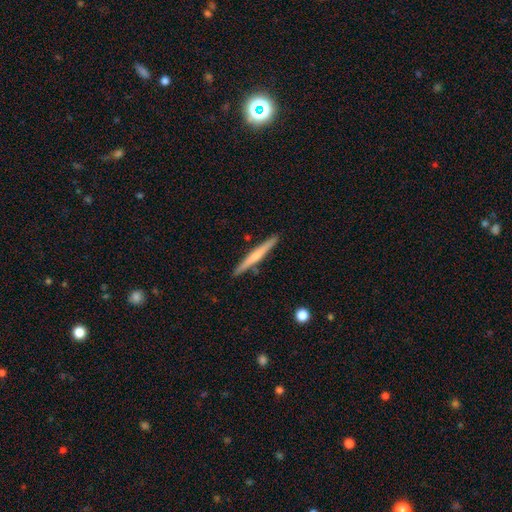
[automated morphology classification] smooth-or-featured: featured or disk: 48% | smooth: 47% | star or artifact: 5%
  merging: none: 89% | minor disturbance: 7% | merger: 2% | major disturbance: 1%